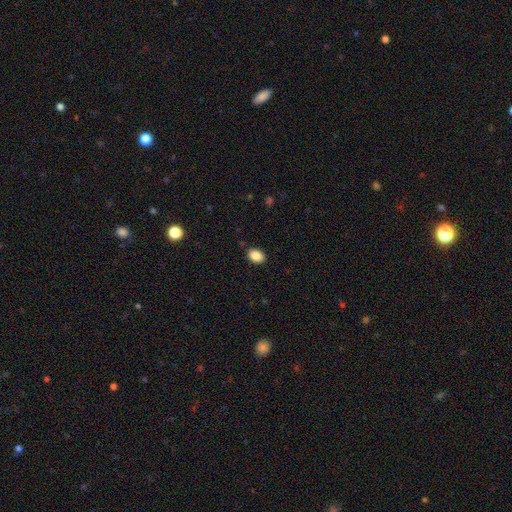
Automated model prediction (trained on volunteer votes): Q: Smooth or featured?
A: smooth (87%); runner-up: star or artifact (9%)
Q: How rounded?
A: in between (75%); runner-up: round (24%)
Q: Merging?
A: none (88%); runner-up: minor disturbance (8%)